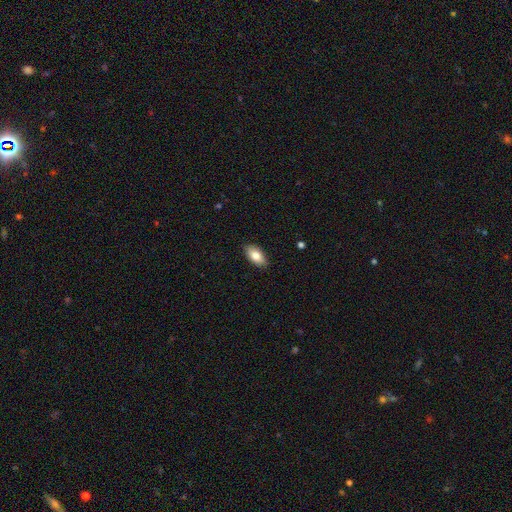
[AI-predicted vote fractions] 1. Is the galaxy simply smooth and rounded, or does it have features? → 82% smooth, 12% featured or disk, 7% star or artifact.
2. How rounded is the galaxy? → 93% in between, 4% cigar-shaped, 3% round.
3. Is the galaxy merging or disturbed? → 88% none, 9% minor disturbance, 2% major disturbance, 1% merger.